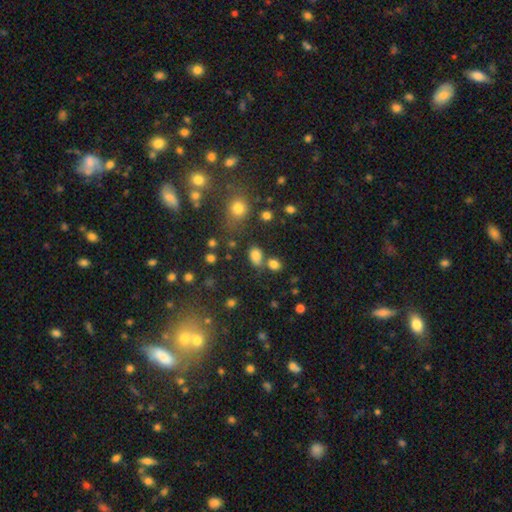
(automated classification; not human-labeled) Smooth or featured: smooth — 79% (star or artifact — 15%)
How rounded: in between — 81% (round — 17%)
Merging: none — 61% (merger — 19%)